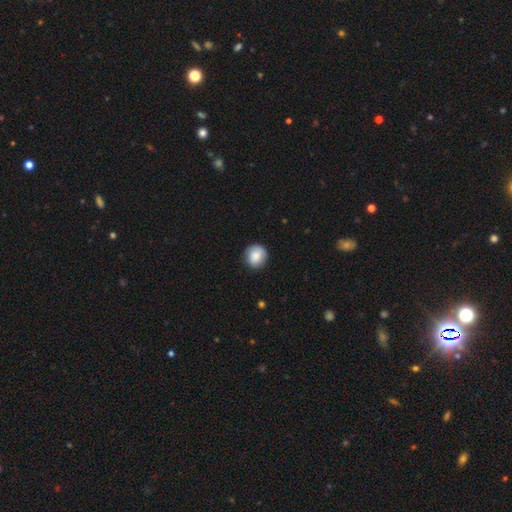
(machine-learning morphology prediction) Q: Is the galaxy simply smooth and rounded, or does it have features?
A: smooth — 81%.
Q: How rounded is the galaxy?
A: round — 88%.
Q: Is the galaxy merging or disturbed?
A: none — 82%.